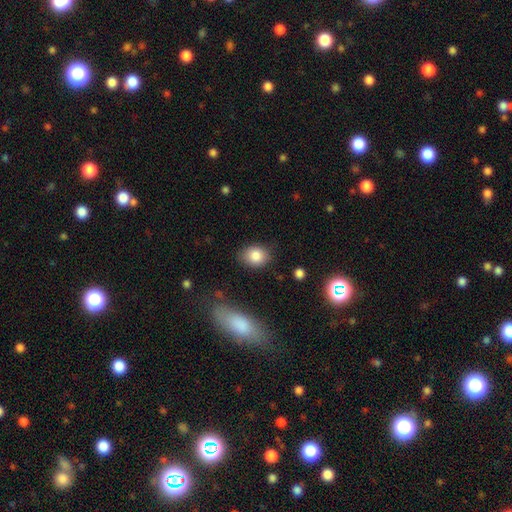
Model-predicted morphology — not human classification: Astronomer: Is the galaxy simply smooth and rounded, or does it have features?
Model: smooth — 84%.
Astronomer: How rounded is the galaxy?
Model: in between — 59% (runner-up: round, 40%).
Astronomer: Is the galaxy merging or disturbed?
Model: none — 81%.